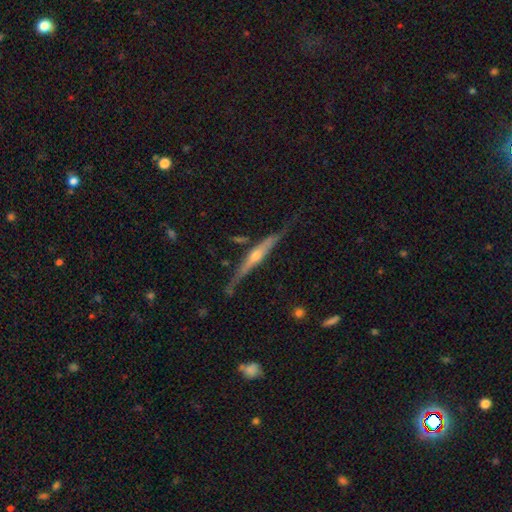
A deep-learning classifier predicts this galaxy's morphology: smooth_or_featured: featured or disk (p=0.78) [alt: smooth p=0.17]
disk_edge_on: yes (p=0.96) [alt: no p=0.04]
edge_on_bulge: rounded (p=0.84) [alt: none p=0.10]
merging: none (p=0.73) [alt: minor disturbance p=0.19]